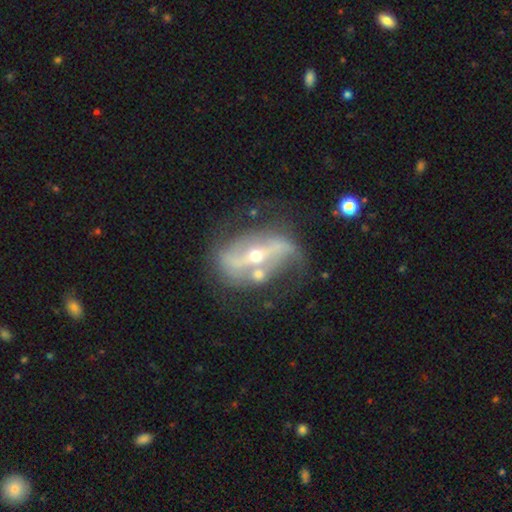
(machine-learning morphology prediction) Smooth or featured? Predicted: featured or disk (p=0.85). Edge-on disk? Predicted: no (p=0.89). Bar? Predicted: strong (p=0.67). Spiral arms? Predicted: yes (p=0.83). Spiral winding? Predicted: loose (p=0.60). Spiral arm count? Predicted: 2 (p=0.86). Bulge size? Predicted: small (p=0.53). Merging? Predicted: none (p=0.57).